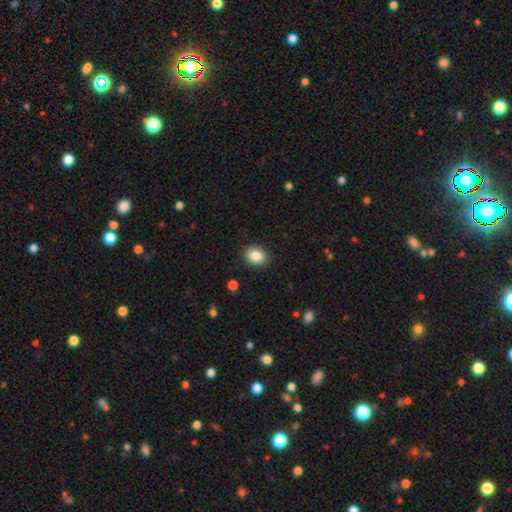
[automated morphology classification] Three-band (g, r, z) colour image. It shows a smooth galaxy with no disk features (86%) that is in between round and cigar-shaped (61%). Merging: none (89%).